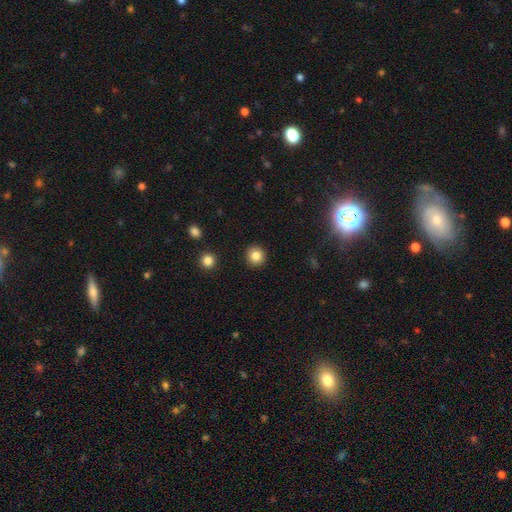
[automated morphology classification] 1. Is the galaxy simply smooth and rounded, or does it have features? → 83% smooth, 11% star or artifact, 6% featured or disk.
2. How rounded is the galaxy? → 92% round, 8% in between, 1% cigar-shaped.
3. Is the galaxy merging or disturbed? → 92% none, 5% minor disturbance, 2% major disturbance, 1% merger.